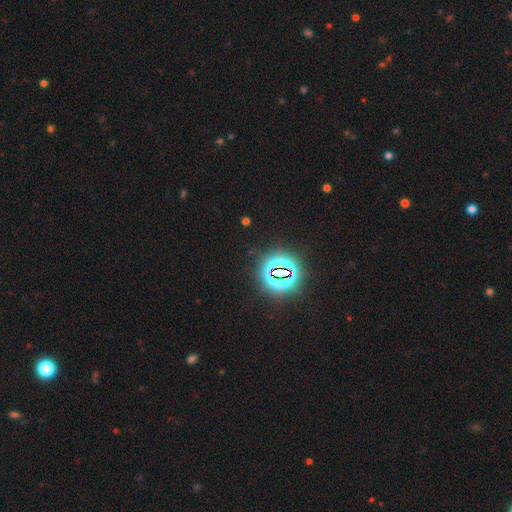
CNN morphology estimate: Smooth or featured: star or artifact — 82% (smooth — 11%)